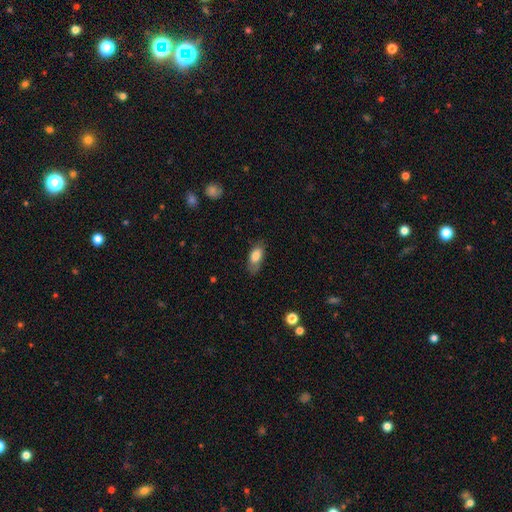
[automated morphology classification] Q: Smooth or featured?
A: smooth (78%); runner-up: featured or disk (15%)
Q: How rounded?
A: in between (88%); runner-up: cigar-shaped (9%)
Q: Merging?
A: none (65%); runner-up: minor disturbance (25%)